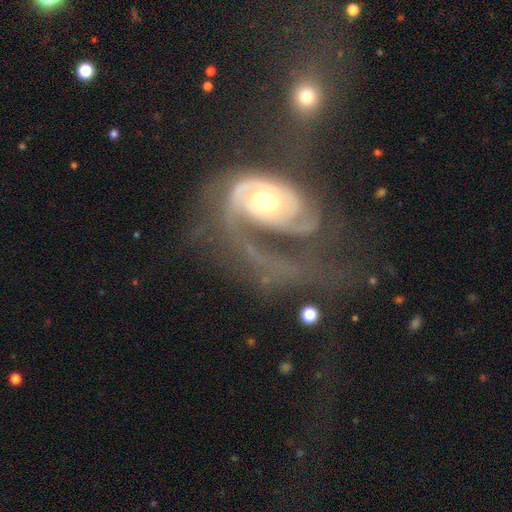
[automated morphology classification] Smooth or featured: featured or disk — 85% (smooth — 9%)
Edge-on disk: no — 97% (yes — 3%)
Bar: no — 64% (weak — 25%)
Spiral arms: yes — 90% (no — 10%)
Spiral winding: medium — 39% (tight — 36%)
Spiral arm count: 1 — 44% (2 — 33%)
Bulge size: moderate — 57% (small — 31%)
Merging: major disturbance — 49% (none — 23%)